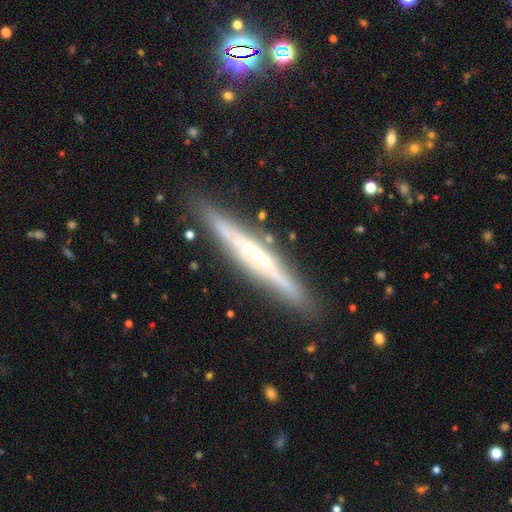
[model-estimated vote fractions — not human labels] Overall: featured or disk (71%). Edge-on disk: yes (95%). Edge-on bulge: none (51%; rounded 32%). Merging: none (87%).